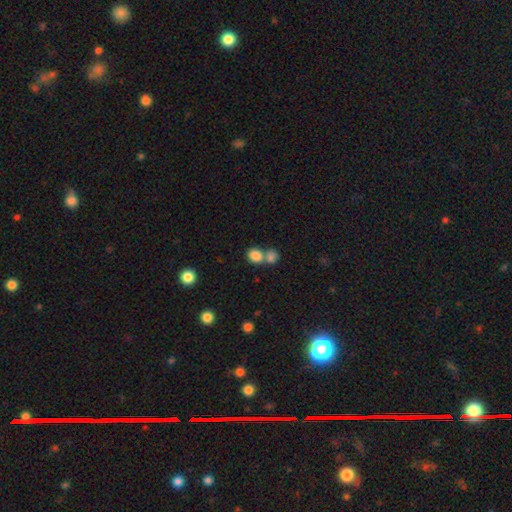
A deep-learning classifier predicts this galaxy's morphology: A smooth galaxy with no disk features (83%) that is round (72%). Merging: merger (45%, tied with none).